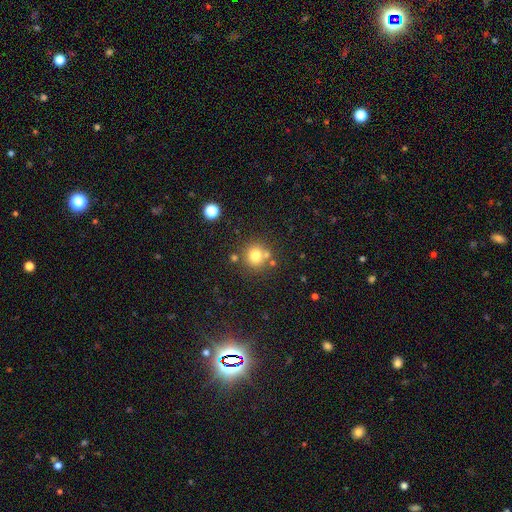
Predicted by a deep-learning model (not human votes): Morphology: type=smooth (76%); roundness=round (91%); merging=none (73%).